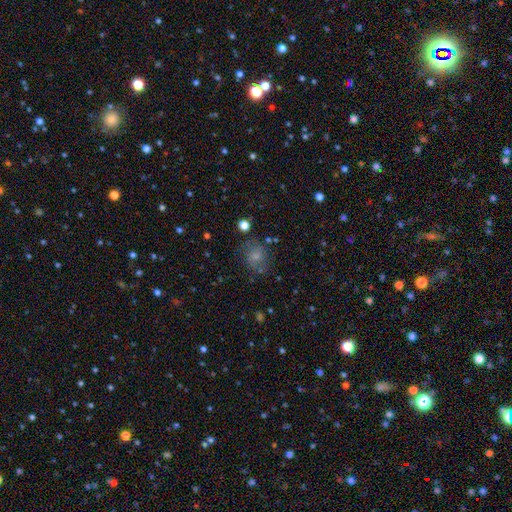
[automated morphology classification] Smooth or featured? smooth (71%)
How rounded? round (70%)
Merging? none (68%)